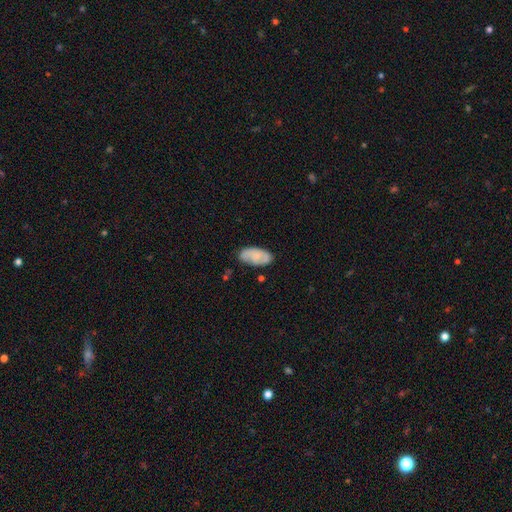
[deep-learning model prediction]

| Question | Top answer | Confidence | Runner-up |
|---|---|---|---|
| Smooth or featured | smooth | 69% | featured or disk (24%) |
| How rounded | in between | 93% | cigar-shaped (5%) |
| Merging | none | 68% | minor disturbance (23%) |